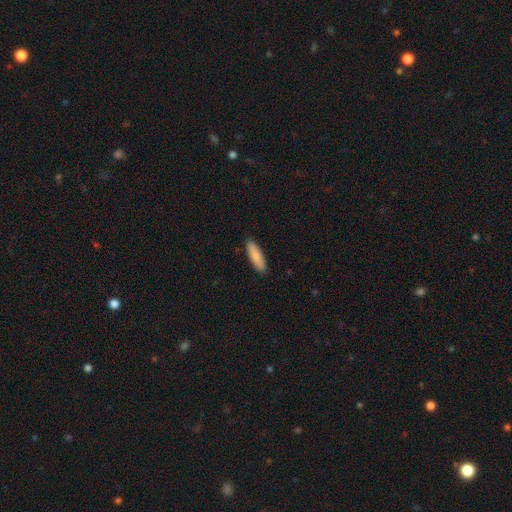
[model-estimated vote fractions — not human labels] Smooth or featured? smooth (86%)
How rounded? cigar-shaped (62%)
Merging? none (90%)